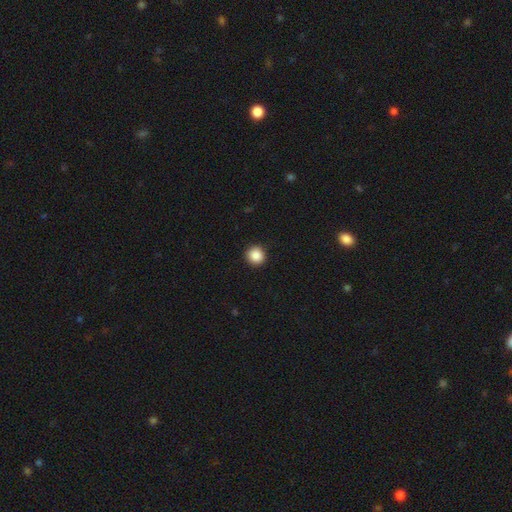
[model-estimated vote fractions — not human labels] smooth_or_featured: smooth (p=0.87) [alt: star or artifact p=0.09]
how_rounded: round (p=0.94) [alt: in between p=0.05]
merging: none (p=0.92) [alt: minor disturbance p=0.05]